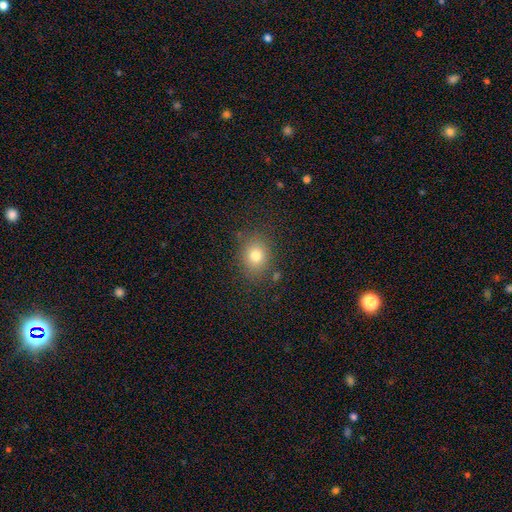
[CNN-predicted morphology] A smooth galaxy with no disk features (77%) that is round (65%).

Vote fractions:
- Smooth or featured? smooth: 77% / star or artifact: 13% / featured or disk: 9%
- How rounded? round: 65% / in between: 35% / cigar-shaped: 1%
- Merging? none: 81% / minor disturbance: 12% / major disturbance: 4% / merger: 3%